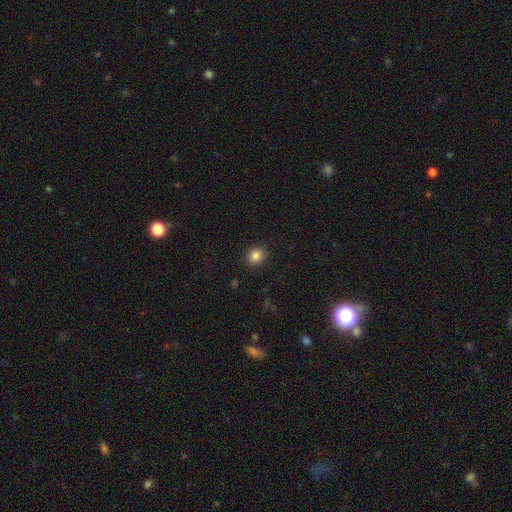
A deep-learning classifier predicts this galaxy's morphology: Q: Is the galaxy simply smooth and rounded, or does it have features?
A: smooth — 84%.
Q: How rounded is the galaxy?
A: round — 79%.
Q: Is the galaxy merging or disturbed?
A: none — 91%.